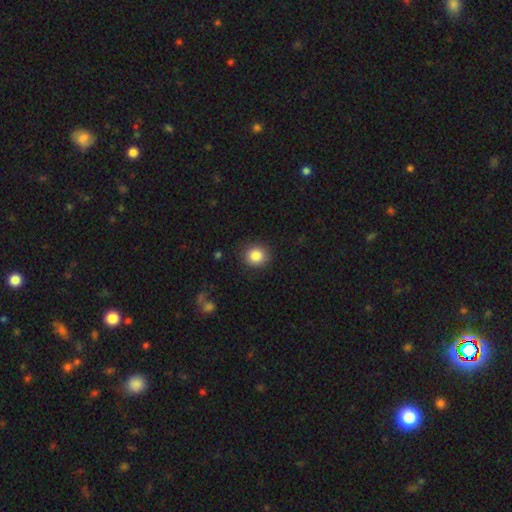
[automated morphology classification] The model was most divided on "how rounded": round: 83%, in between: 16%, cigar-shaped: 1%. More confident: merging — none (88%); smooth or featured — smooth (86%).